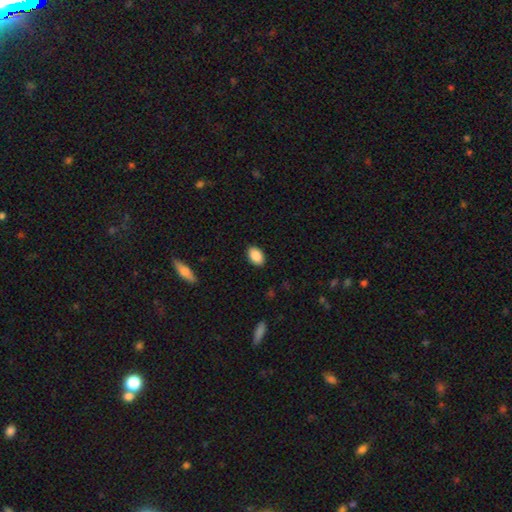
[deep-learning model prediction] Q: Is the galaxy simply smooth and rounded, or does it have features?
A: smooth — 89%.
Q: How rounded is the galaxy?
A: in between — 89%.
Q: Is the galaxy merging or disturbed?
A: none — 88%.